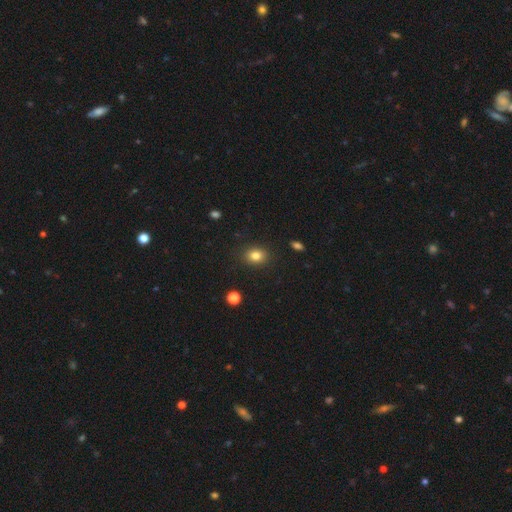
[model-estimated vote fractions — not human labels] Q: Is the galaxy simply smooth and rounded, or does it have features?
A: smooth — 82%.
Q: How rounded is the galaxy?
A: round — 50%.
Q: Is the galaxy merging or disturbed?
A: none — 88%.